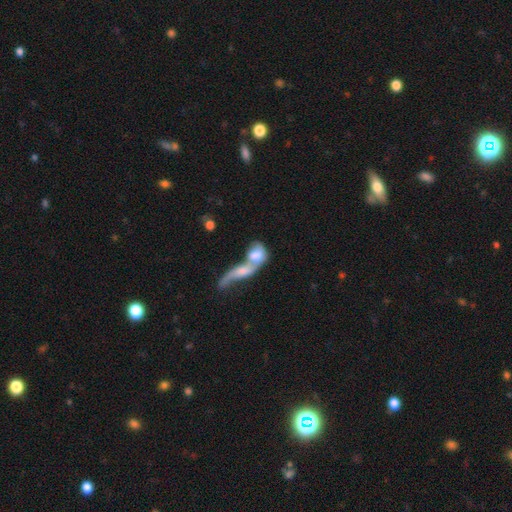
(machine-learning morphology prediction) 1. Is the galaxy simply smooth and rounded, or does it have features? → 54% smooth, 39% featured or disk, 8% star or artifact.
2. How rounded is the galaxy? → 61% in between, 23% round, 15% cigar-shaped.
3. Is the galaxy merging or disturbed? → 77% merger, 10% none, 8% major disturbance, 5% minor disturbance.